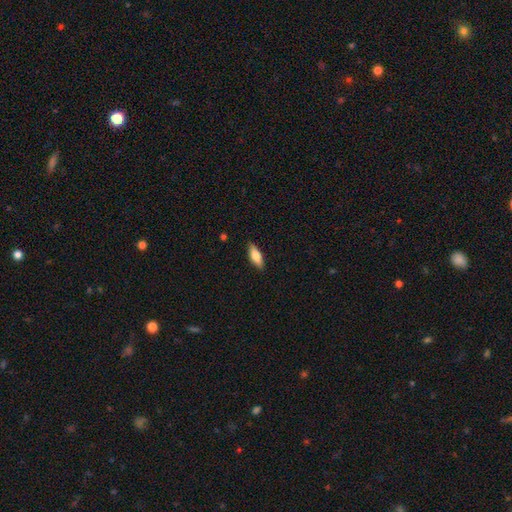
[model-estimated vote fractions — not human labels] Overall: smooth (72%). How rounded: in between (67%; cigar-shaped 31%). Merging: none (87%).